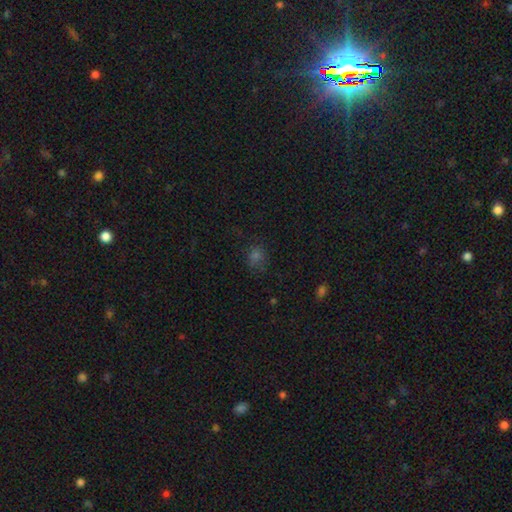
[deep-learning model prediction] Smooth or featured? Predicted: smooth (p=0.64). How rounded? Predicted: round (p=0.68). Merging? Predicted: none (p=0.72).